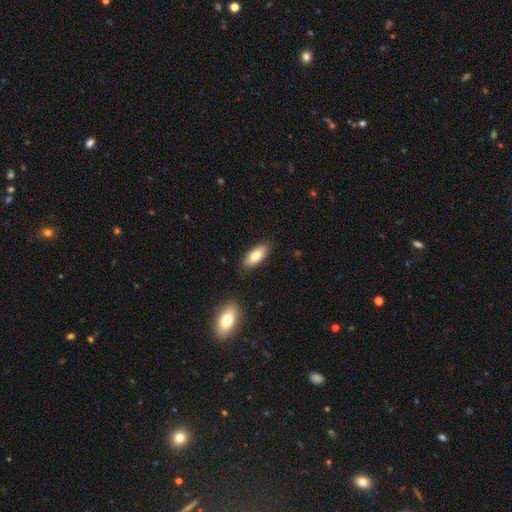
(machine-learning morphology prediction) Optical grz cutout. It shows a smooth galaxy with no disk features (78%) that is in between round and cigar-shaped (84%). Merging: none (85%).